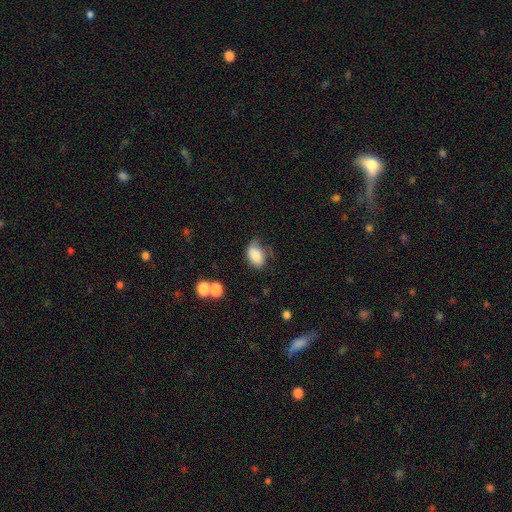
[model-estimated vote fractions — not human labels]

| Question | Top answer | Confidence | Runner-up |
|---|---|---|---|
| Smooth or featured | smooth | 81% | featured or disk (11%) |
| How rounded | in between | 87% | round (12%) |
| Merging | none | 44% | minor disturbance (33%) |